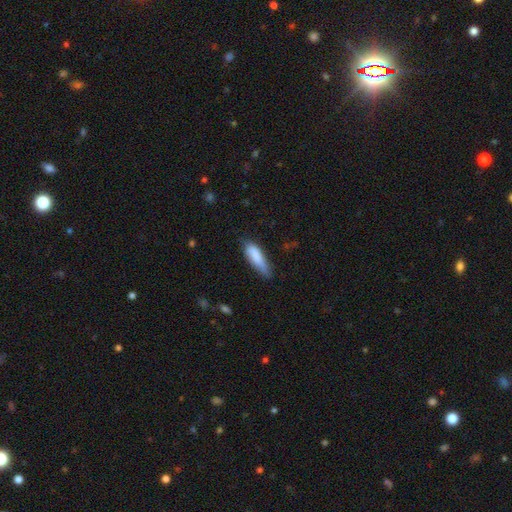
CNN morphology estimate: The model was most divided on "how rounded": cigar-shaped: 53%, in between: 46%, round: 2%. More confident: smooth or featured — smooth (81%); merging — none (52%).